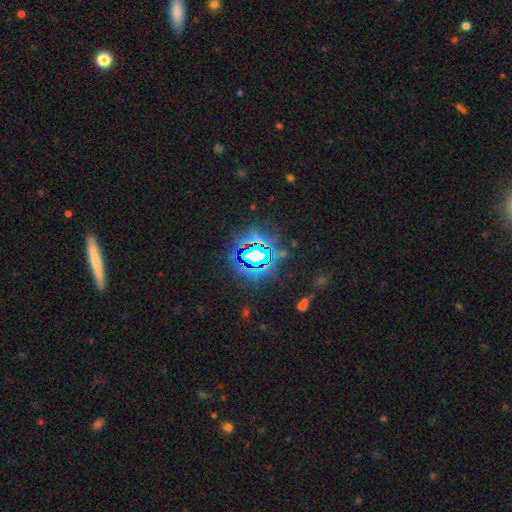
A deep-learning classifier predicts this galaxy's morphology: type=star or artifact (79%).